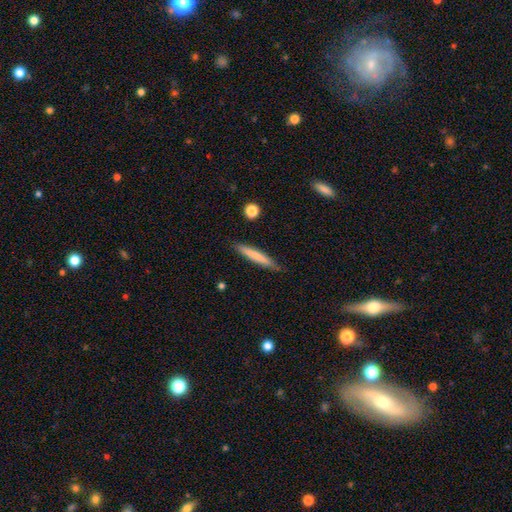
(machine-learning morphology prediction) The model was most divided on "smooth or featured": smooth: 72%, featured or disk: 22%, star or artifact: 6%. More confident: how rounded — cigar-shaped (94%); merging — none (85%).